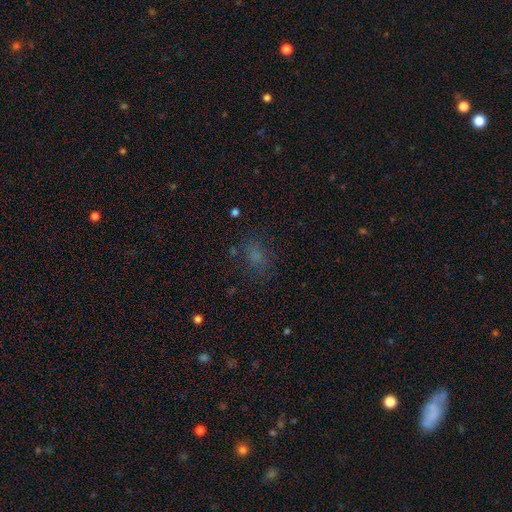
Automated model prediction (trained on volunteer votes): A smooth galaxy with no disk features (64%) that is in between round and cigar-shaped (66%).

Vote fractions:
- Smooth or featured? smooth: 64% / star or artifact: 24% / featured or disk: 12%
- How rounded? in between: 66% / round: 31% / cigar-shaped: 3%
- Merging? none: 67% / minor disturbance: 18% / major disturbance: 13% / merger: 3%